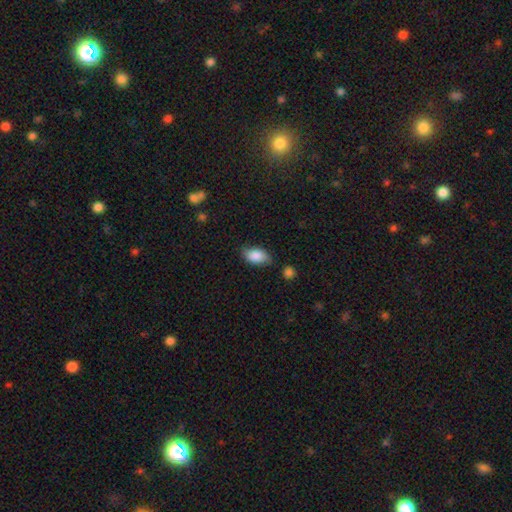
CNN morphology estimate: smooth_or_featured: smooth (p=0.86) [alt: featured or disk p=0.07]
how_rounded: in between (p=0.92) [alt: round p=0.06]
merging: none (p=0.72) [alt: minor disturbance p=0.20]